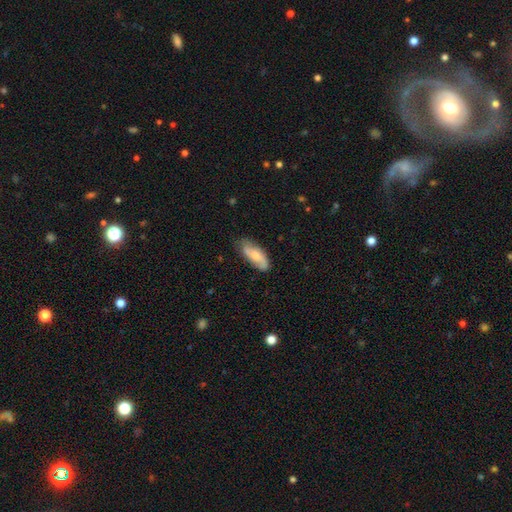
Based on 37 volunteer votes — This is possibly a smooth galaxy (49%). How rounded: clearly in between (89%). Merging: likely none (66%).